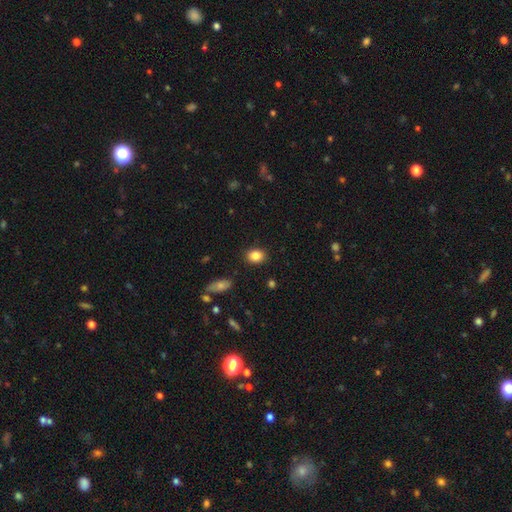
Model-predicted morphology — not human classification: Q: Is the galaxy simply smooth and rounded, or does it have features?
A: smooth — 85%.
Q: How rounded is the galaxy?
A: in between — 56%.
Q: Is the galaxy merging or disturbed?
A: none — 87%.